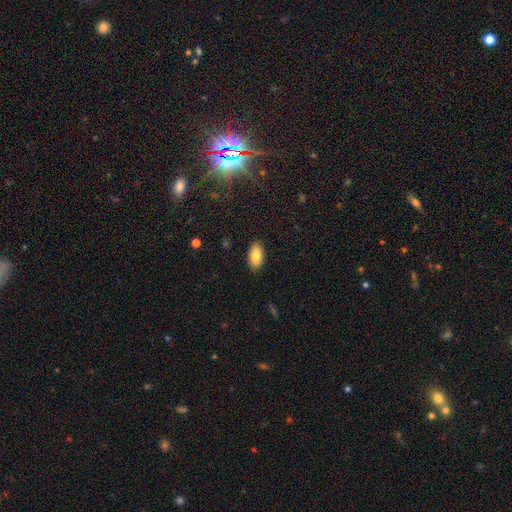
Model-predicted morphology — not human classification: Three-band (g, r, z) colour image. It shows a smooth galaxy with no disk features (84%) that is in between round and cigar-shaped (93%). Merging: none (88%).